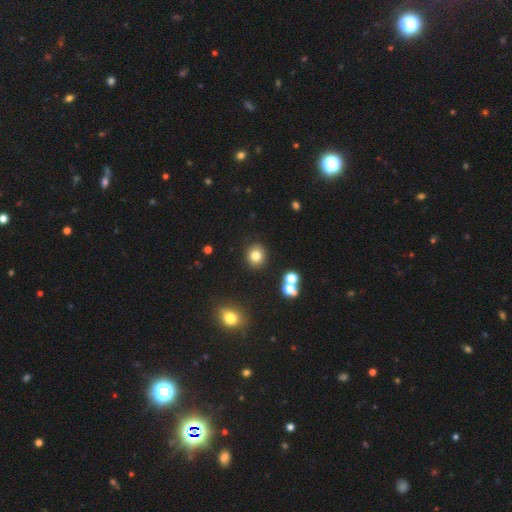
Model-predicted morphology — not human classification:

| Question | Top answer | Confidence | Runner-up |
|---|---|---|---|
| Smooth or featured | smooth | 79% | star or artifact (13%) |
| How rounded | round | 80% | in between (19%) |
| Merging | none | 87% | minor disturbance (7%) |